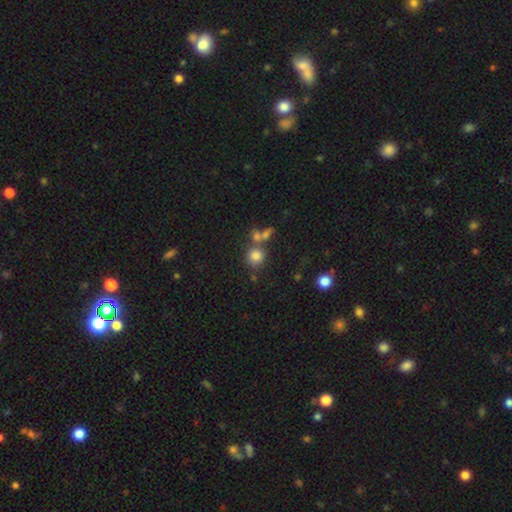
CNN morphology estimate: Q: Smooth or featured?
A: smooth (78%); runner-up: star or artifact (13%)
Q: How rounded?
A: round (87%); runner-up: in between (12%)
Q: Merging?
A: none (59%); runner-up: merger (26%)